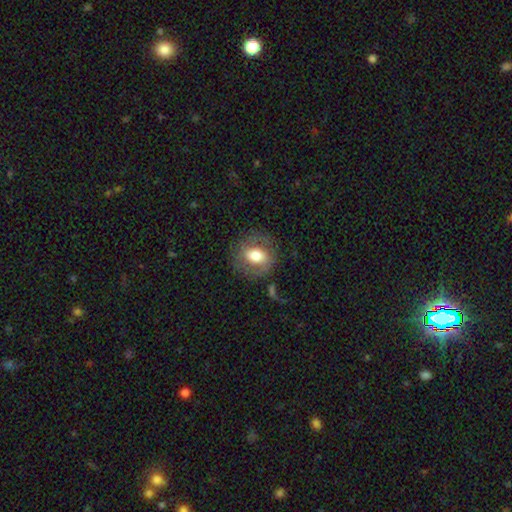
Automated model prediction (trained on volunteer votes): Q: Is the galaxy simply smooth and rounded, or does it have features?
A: smooth — 54%.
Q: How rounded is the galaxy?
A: round — 60%.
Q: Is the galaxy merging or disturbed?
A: none — 71%.